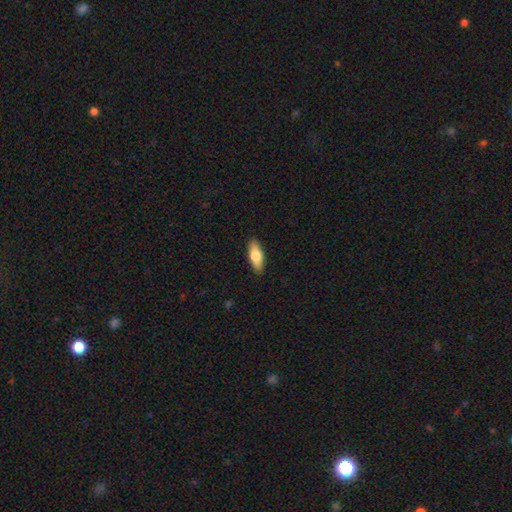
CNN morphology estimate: Smooth or featured? smooth (71%)
How rounded? in between (72%)
Merging? none (89%)